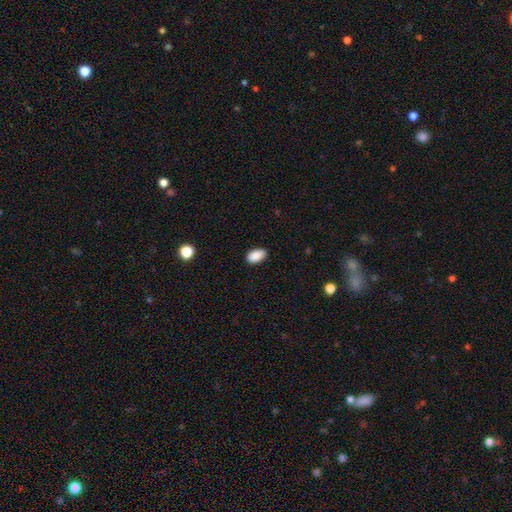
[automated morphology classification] Q: Smooth or featured?
A: smooth (90%); runner-up: star or artifact (7%)
Q: How rounded?
A: in between (94%); runner-up: round (5%)
Q: Merging?
A: none (87%); runner-up: minor disturbance (10%)